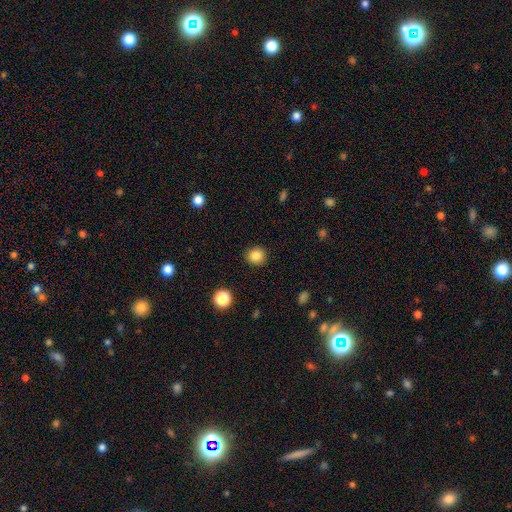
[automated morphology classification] This is clearly a smooth galaxy (85%). How rounded: clearly round (89%). Merging: clearly none (91%).